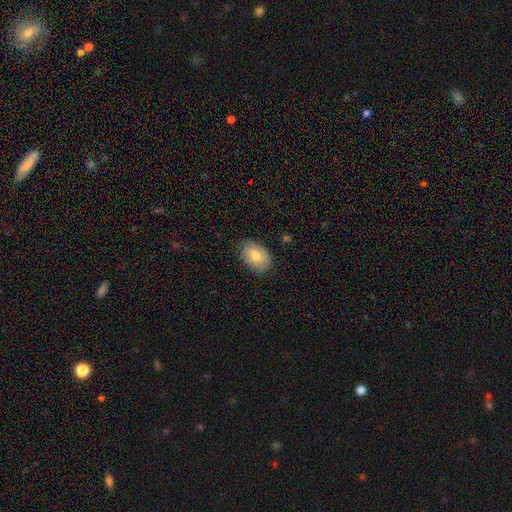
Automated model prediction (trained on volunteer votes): smooth_or_featured: smooth (p=0.71) [alt: featured or disk p=0.22]
how_rounded: in between (p=0.88) [alt: round p=0.11]
merging: none (p=0.75) [alt: minor disturbance p=0.20]